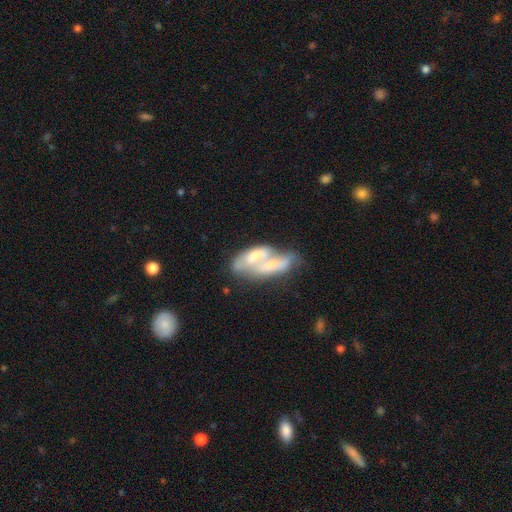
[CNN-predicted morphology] This is possibly a featured or disk galaxy (48%). Merging: likely merger (73%).